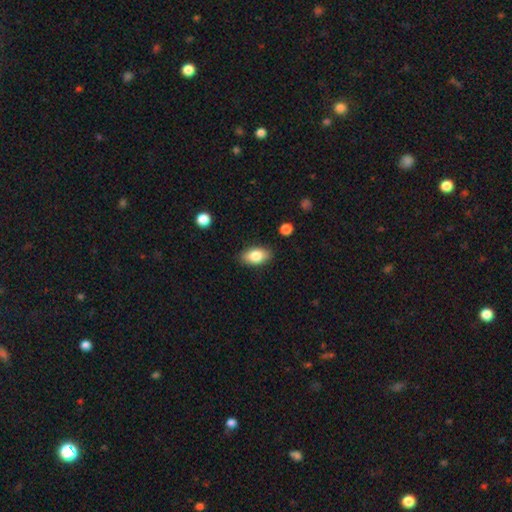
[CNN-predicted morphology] This appears to be a smooth galaxy with no disk features (84%) that is in between round and cigar-shaped (91%). Merging: none (86%).